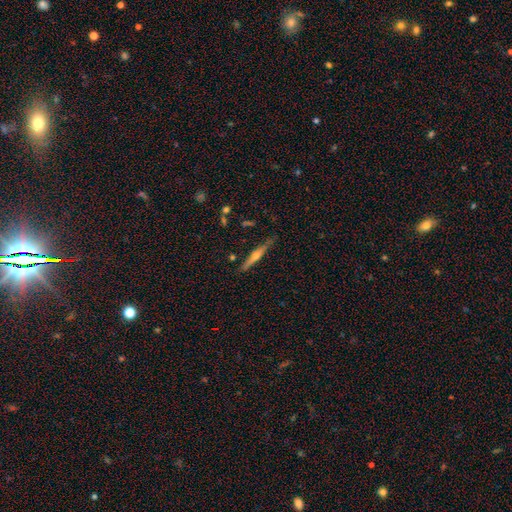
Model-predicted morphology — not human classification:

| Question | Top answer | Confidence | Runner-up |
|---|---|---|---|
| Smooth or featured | featured or disk | 69% | smooth (25%) |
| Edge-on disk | yes | 97% | no (3%) |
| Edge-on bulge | rounded | 86% | none (8%) |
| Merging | none | 86% | minor disturbance (10%) |